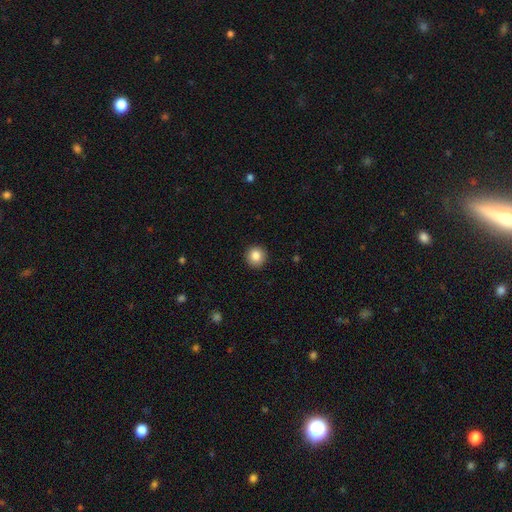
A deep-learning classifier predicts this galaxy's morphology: A smooth galaxy with no disk features (86%) that is round (94%).

Vote fractions:
- Smooth or featured? smooth: 86% / star or artifact: 9% / featured or disk: 5%
- How rounded? round: 94% / in between: 5% / cigar-shaped: 1%
- Merging? none: 92% / minor disturbance: 5% / major disturbance: 2% / merger: 1%